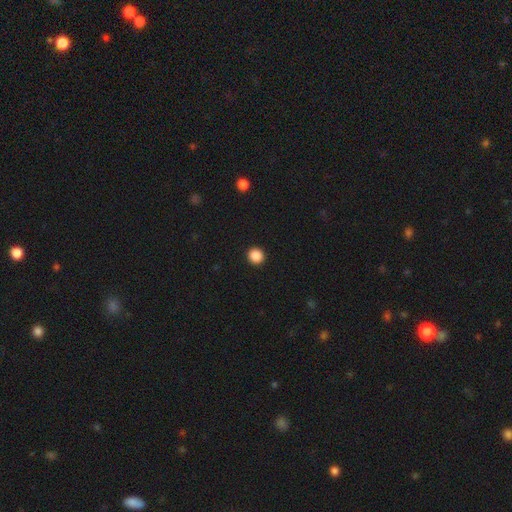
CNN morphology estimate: smooth_or_featured: smooth (p=0.88) [alt: star or artifact p=0.09]
how_rounded: round (p=0.95) [alt: in between p=0.05]
merging: none (p=0.94) [alt: minor disturbance p=0.04]